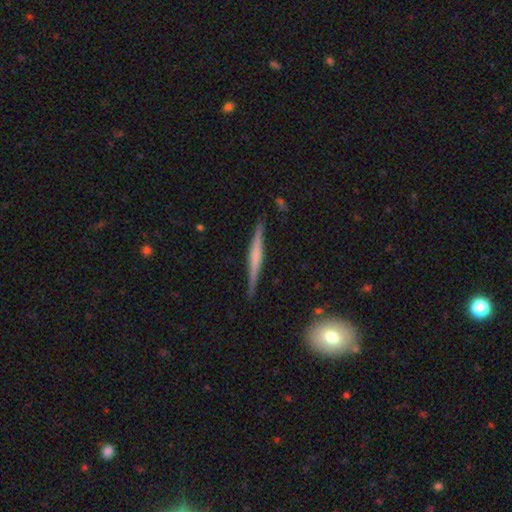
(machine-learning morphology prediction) Smooth or featured?
  - featured or disk: 65% *
  - smooth: 29%
  - star or artifact: 6%
Edge-on disk?
  - yes: 98% *
  - no: 2%
Edge-on bulge?
  - none: 39% *
  - rounded: 35%
  - boxy: 26%
Merging?
  - none: 89% *
  - minor disturbance: 8%
  - major disturbance: 2%
  - merger: 1%